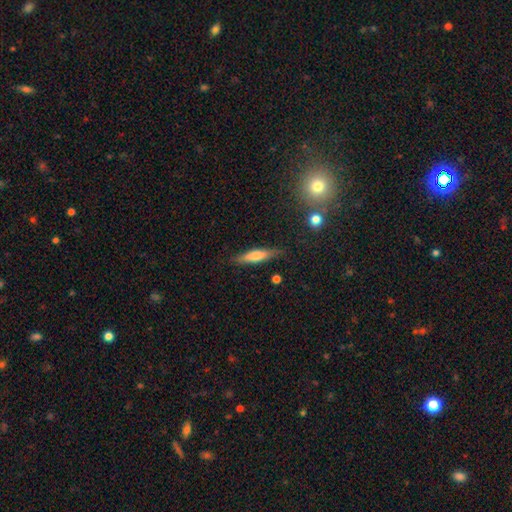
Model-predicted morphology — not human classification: Smooth or featured? Predicted: smooth (p=0.62). How rounded? Predicted: cigar-shaped (p=0.77). Merging? Predicted: none (p=0.83).